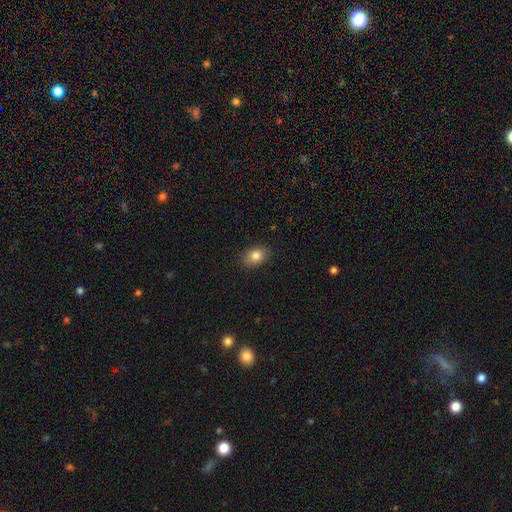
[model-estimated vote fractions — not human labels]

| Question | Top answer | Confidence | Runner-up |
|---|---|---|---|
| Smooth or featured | smooth | 84% | star or artifact (9%) |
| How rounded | in between | 72% | round (26%) |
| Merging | none | 86% | minor disturbance (10%) |